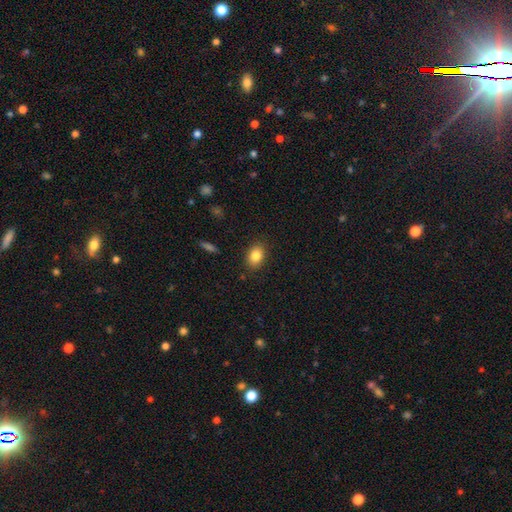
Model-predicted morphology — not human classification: A smooth galaxy with no disk features (83%) that is in between round and cigar-shaped (78%). Merging: none (87%).